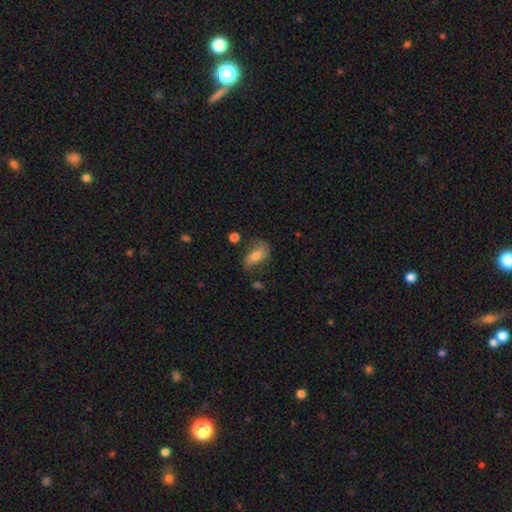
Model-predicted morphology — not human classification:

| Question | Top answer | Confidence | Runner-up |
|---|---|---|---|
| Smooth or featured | smooth | 57% | featured or disk (35%) |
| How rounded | in between | 86% | round (9%) |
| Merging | none | 58% | minor disturbance (26%) |